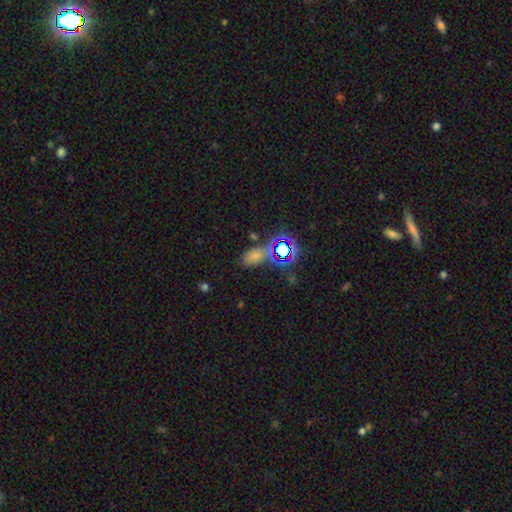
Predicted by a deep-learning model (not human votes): Smooth or featured?
  - smooth: 59% *
  - star or artifact: 32%
  - featured or disk: 9%
How rounded?
  - in between: 87% *
  - round: 10%
  - cigar-shaped: 3%
Merging?
  - none: 67% *
  - minor disturbance: 17%
  - merger: 10%
  - major disturbance: 7%